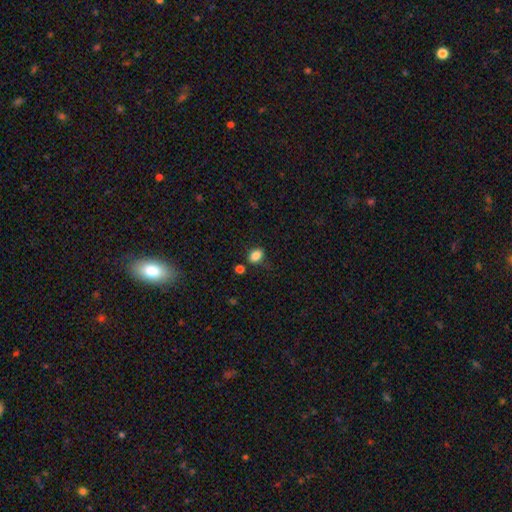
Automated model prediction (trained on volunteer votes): Morphology: type=smooth (84%); roundness=in between (81%); merging=none (68%).